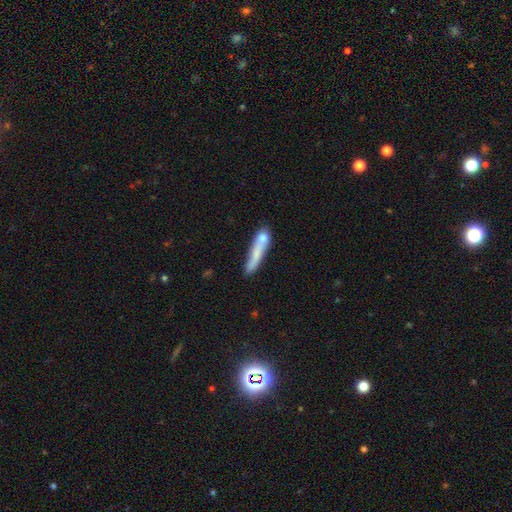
This is possibly a smooth galaxy (54%). How rounded: clearly cigar-shaped (86%). Merging: possibly merger (56%).